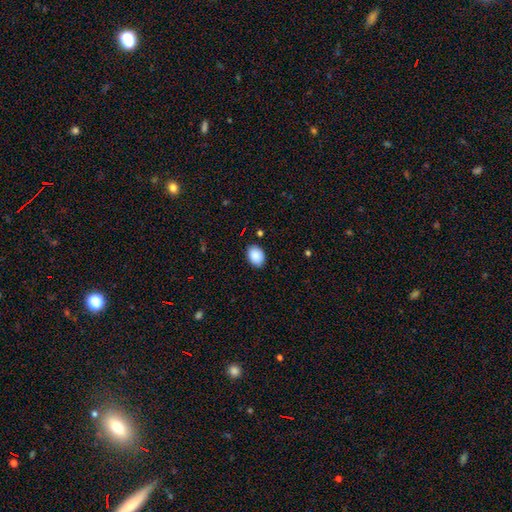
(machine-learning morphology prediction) A smooth galaxy with no disk features (89%) that is in between round and cigar-shaped (76%).

Vote fractions:
- Smooth or featured? smooth: 89% / star or artifact: 7% / featured or disk: 3%
- How rounded? in between: 76% / round: 23% / cigar-shaped: 1%
- Merging? none: 87% / minor disturbance: 10% / major disturbance: 2% / merger: 1%